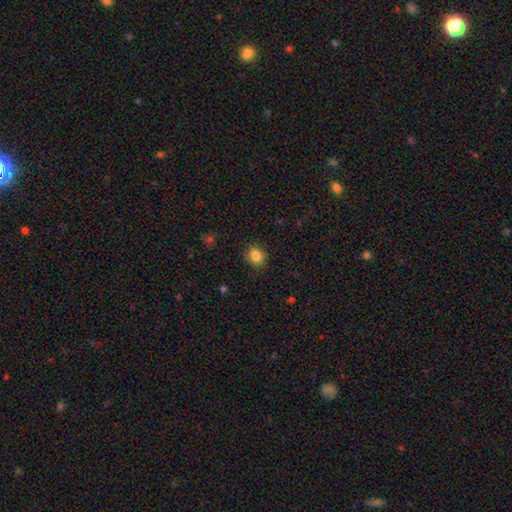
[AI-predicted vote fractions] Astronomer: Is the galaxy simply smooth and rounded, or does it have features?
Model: smooth — 84%.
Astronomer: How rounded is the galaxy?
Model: round — 79%.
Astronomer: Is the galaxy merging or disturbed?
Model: none — 88%.